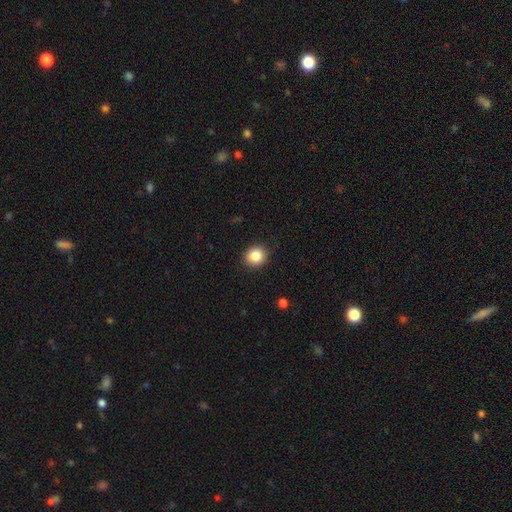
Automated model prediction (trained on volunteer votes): Smooth or featured? Predicted: smooth (p=0.85). How rounded? Predicted: round (p=0.80). Merging? Predicted: none (p=0.90).